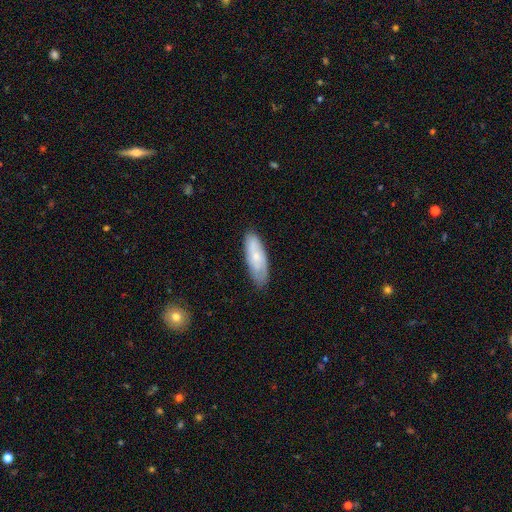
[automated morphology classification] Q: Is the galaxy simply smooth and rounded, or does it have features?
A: smooth — 57%.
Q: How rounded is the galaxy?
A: in between — 61%.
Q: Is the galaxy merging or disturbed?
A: none — 79%.